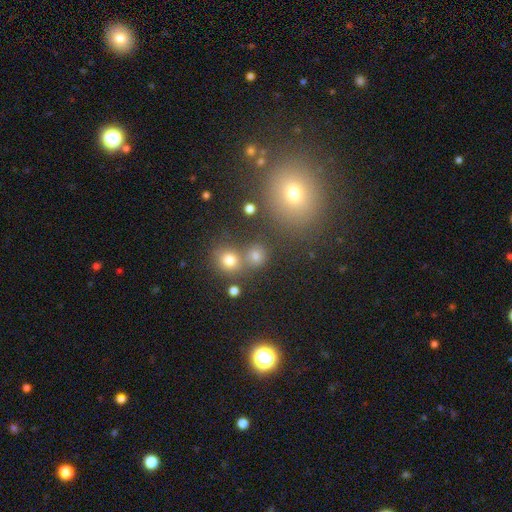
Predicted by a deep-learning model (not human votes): A smooth galaxy with no disk features (75%) that is round (83%).

Vote fractions:
- Smooth or featured? smooth: 75% / star or artifact: 17% / featured or disk: 8%
- How rounded? round: 83% / in between: 16% / cigar-shaped: 1%
- Merging? none: 66% / merger: 23% / minor disturbance: 8% / major disturbance: 4%